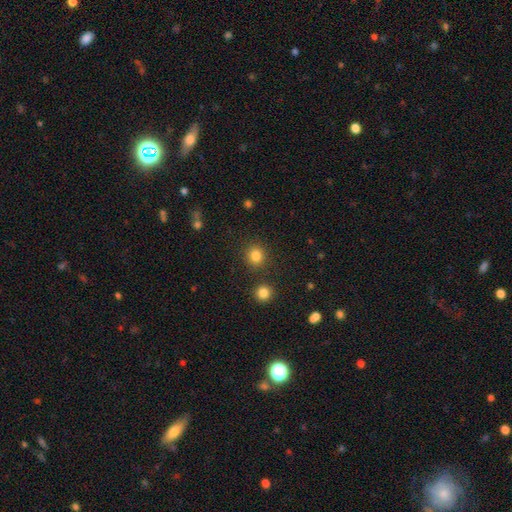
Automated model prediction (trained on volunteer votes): A smooth galaxy with no disk features (83%) that is round (86%).

Vote fractions:
- Smooth or featured? smooth: 83% / star or artifact: 12% / featured or disk: 4%
- How rounded? round: 86% / in between: 13% / cigar-shaped: 1%
- Merging? none: 87% / minor disturbance: 7% / merger: 4% / major disturbance: 3%